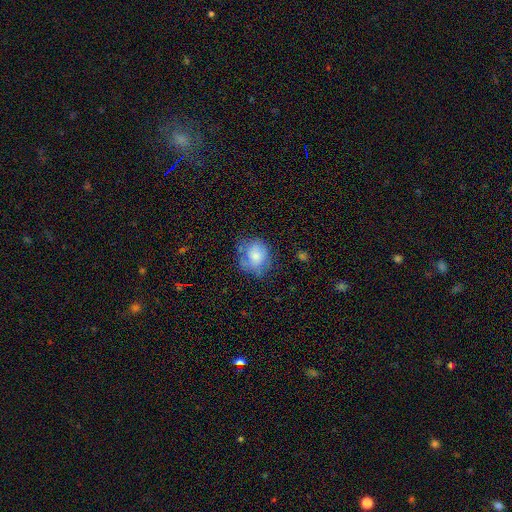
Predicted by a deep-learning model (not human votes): A smooth galaxy with no disk features (66%) that is round (62%). Merging: none (53%).